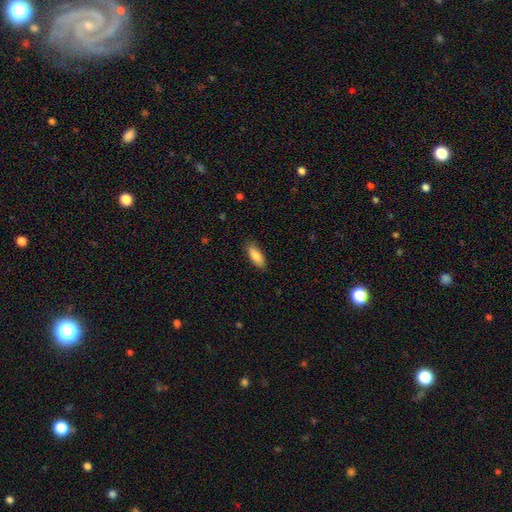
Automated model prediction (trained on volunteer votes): Smooth or featured?
  - smooth: 85% *
  - featured or disk: 9%
  - star or artifact: 6%
How rounded?
  - in between: 78% *
  - cigar-shaped: 20%
  - round: 2%
Merging?
  - none: 85% *
  - minor disturbance: 11%
  - major disturbance: 2%
  - merger: 1%